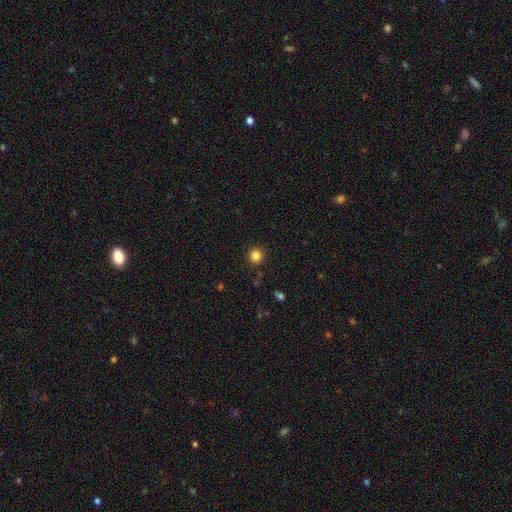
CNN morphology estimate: A smooth galaxy with no disk features (84%) that is round (94%).

Vote fractions:
- Smooth or featured? smooth: 84% / star or artifact: 12% / featured or disk: 4%
- How rounded? round: 94% / in between: 5% / cigar-shaped: 1%
- Merging? none: 91% / minor disturbance: 6% / major disturbance: 2% / merger: 1%